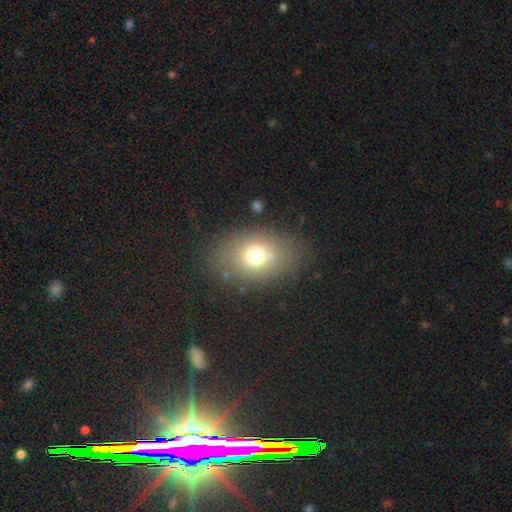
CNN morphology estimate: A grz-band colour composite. It shows a smooth galaxy with no disk features (69%) that is in between round and cigar-shaped (66%). Merging: none (77%).